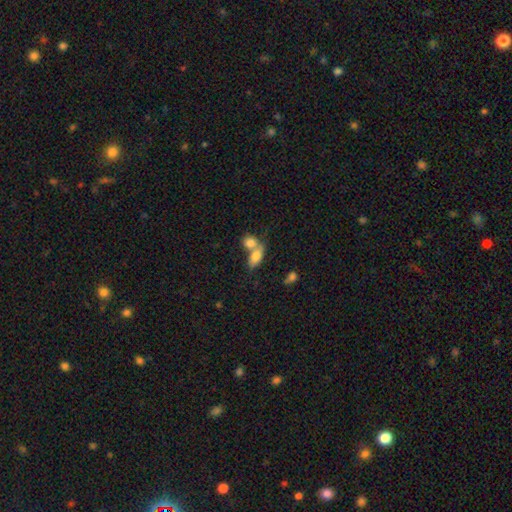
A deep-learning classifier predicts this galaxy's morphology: smooth 78%, featured or disk 14%, star or artifact 8%. Down the decision tree: how rounded — in between (82%); merging — merger (59%).